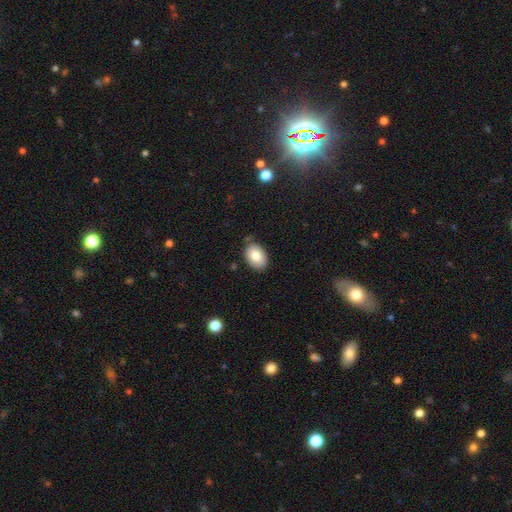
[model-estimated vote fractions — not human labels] smooth_or_featured: smooth (p=0.82) [alt: featured or disk p=0.11]
how_rounded: in between (p=0.86) [alt: round p=0.13]
merging: none (p=0.80) [alt: minor disturbance p=0.15]